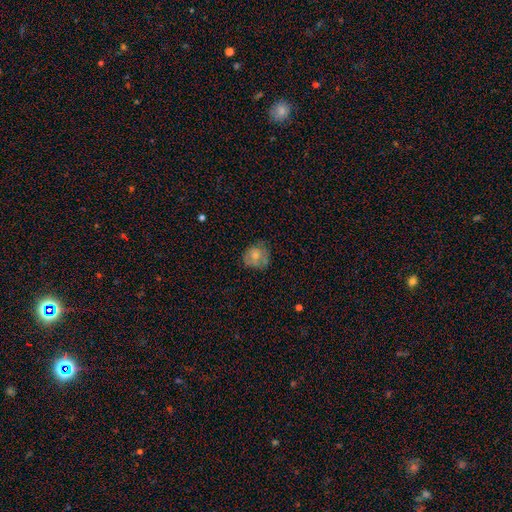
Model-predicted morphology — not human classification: Smooth or featured? smooth (67%)
How rounded? round (77%)
Merging? none (58%)